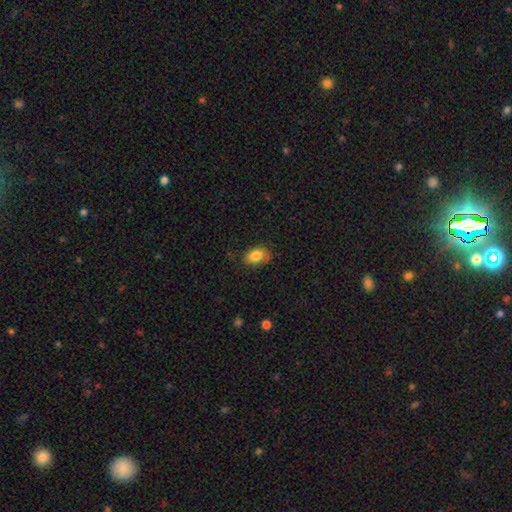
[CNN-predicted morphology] type=smooth (85%); roundness=in between (86%); merging=none (73%).